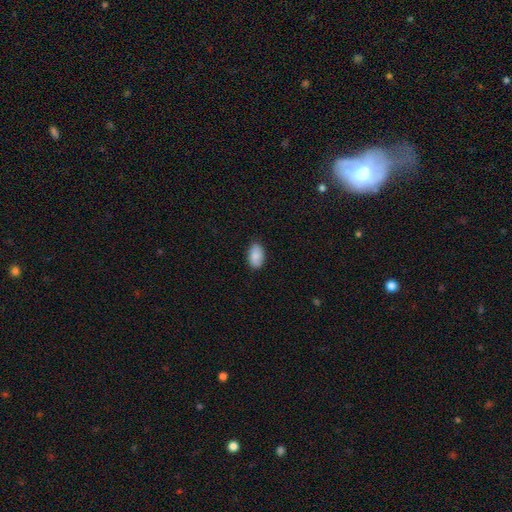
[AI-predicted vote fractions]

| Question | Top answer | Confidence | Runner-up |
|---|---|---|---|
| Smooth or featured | smooth | 85% | featured or disk (8%) |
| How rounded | in between | 93% | round (5%) |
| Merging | none | 86% | minor disturbance (11%) |